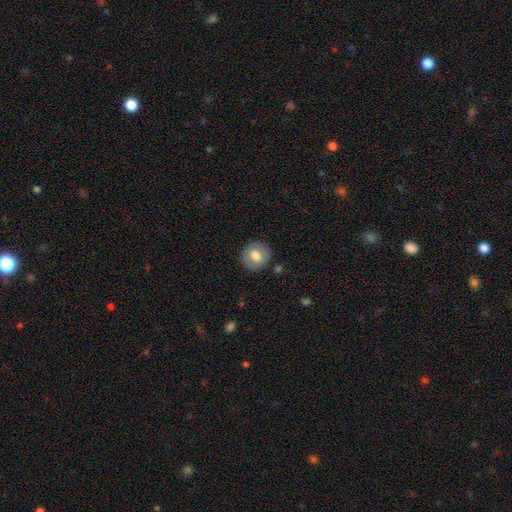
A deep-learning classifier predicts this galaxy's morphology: smooth-or-featured: smooth: 72% | featured or disk: 20% | star or artifact: 7%
  how-rounded: round: 87% | in between: 12% | cigar-shaped: 1%
  merging: none: 87% | minor disturbance: 9% | major disturbance: 3% | merger: 2%